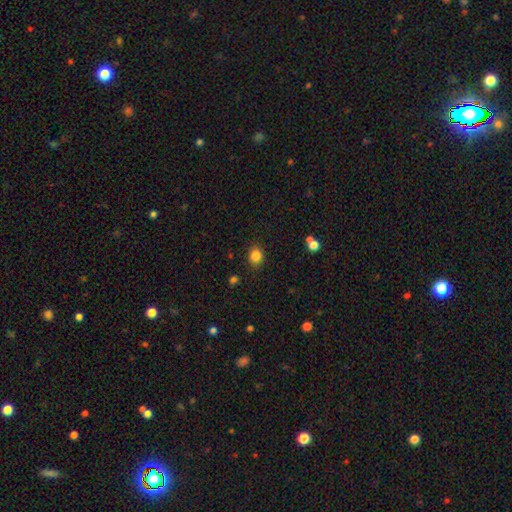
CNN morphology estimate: This appears to be a smooth galaxy with no disk features (85%) that is round (74%). Merging: none (86%).